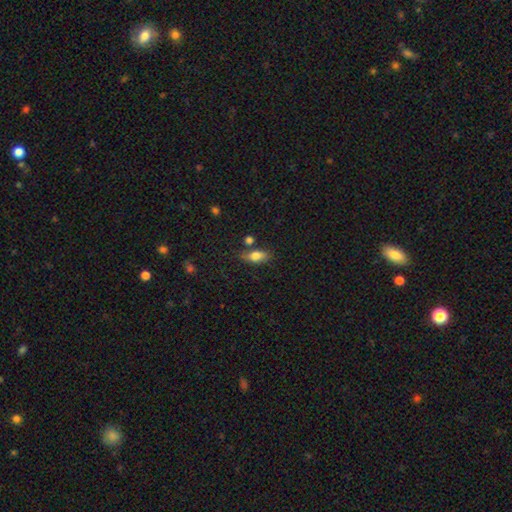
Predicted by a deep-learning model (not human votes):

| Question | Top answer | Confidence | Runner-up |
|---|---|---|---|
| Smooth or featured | smooth | 76% | featured or disk (15%) |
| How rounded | in between | 81% | cigar-shaped (14%) |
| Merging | none | 68% | minor disturbance (17%) |